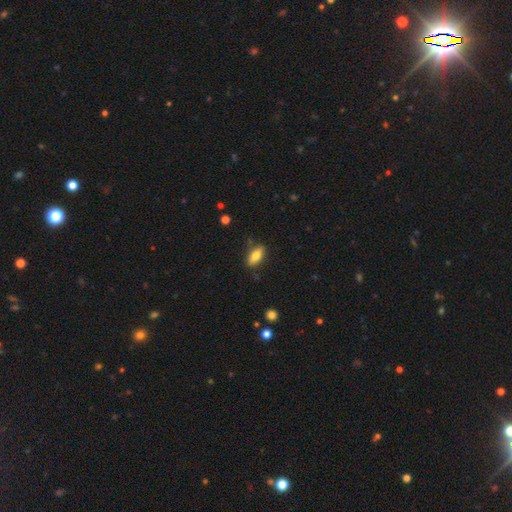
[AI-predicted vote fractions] Q: Smooth or featured?
A: smooth (78%); runner-up: featured or disk (15%)
Q: How rounded?
A: in between (80%); runner-up: cigar-shaped (17%)
Q: Merging?
A: none (82%); runner-up: minor disturbance (14%)